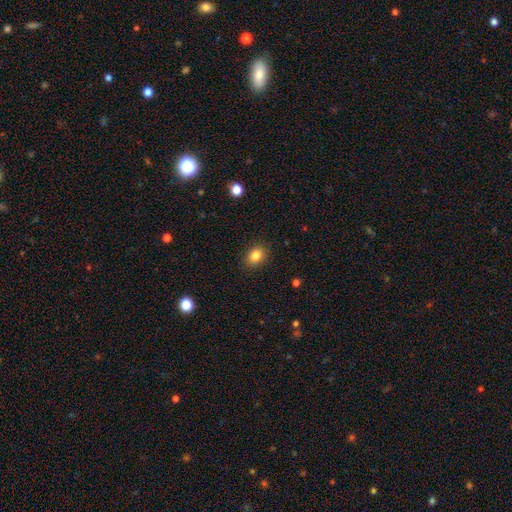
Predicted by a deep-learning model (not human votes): smooth_or_featured: smooth (p=0.84) [alt: star or artifact p=0.10]
how_rounded: in between (p=0.62) [alt: round p=0.37]
merging: none (p=0.89) [alt: minor disturbance p=0.08]